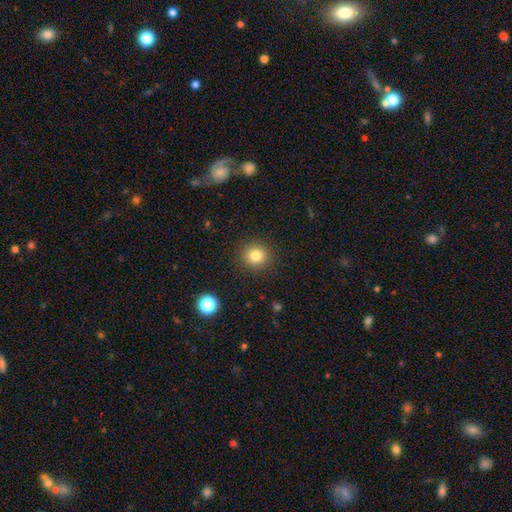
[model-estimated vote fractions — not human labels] Smooth or featured? Predicted: smooth (p=0.81). How rounded? Predicted: round (p=0.93). Merging? Predicted: none (p=0.91).